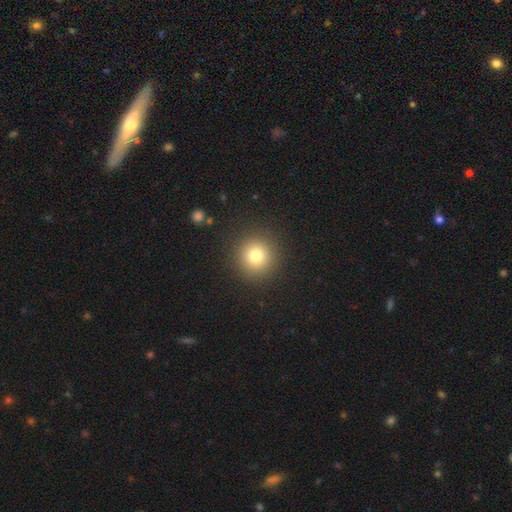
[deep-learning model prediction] smooth-or-featured: smooth: 78% | star or artifact: 13% | featured or disk: 8%
  how-rounded: round: 94% | in between: 5% | cigar-shaped: 1%
  merging: none: 91% | minor disturbance: 6% | major disturbance: 2% | merger: 1%